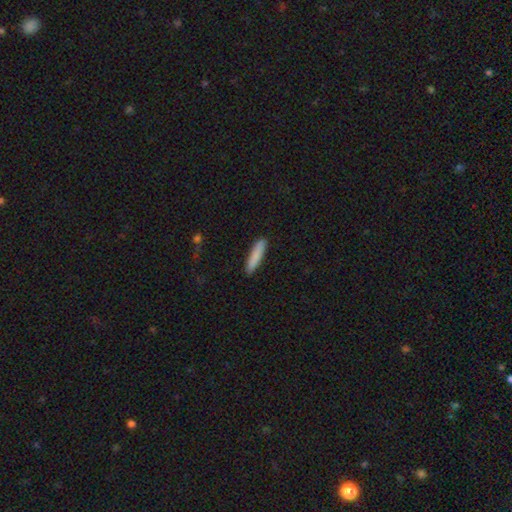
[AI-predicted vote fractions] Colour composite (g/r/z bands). It shows a smooth galaxy with no disk features (85%) that is cigar-shaped (87%). Merging: none (89%).